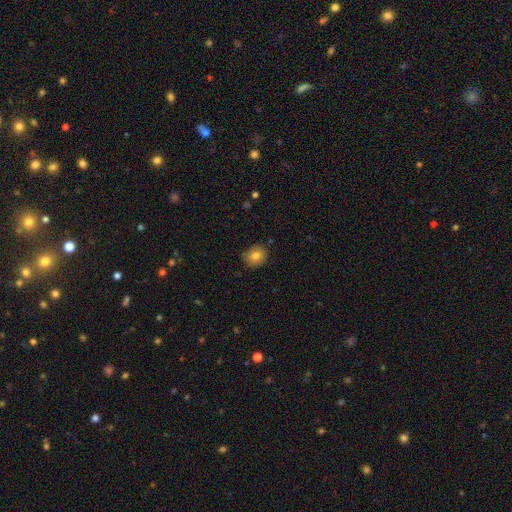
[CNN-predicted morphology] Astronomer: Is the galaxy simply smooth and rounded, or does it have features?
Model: smooth — 80%.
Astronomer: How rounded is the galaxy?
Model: round — 68%.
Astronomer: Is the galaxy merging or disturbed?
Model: none — 85%.